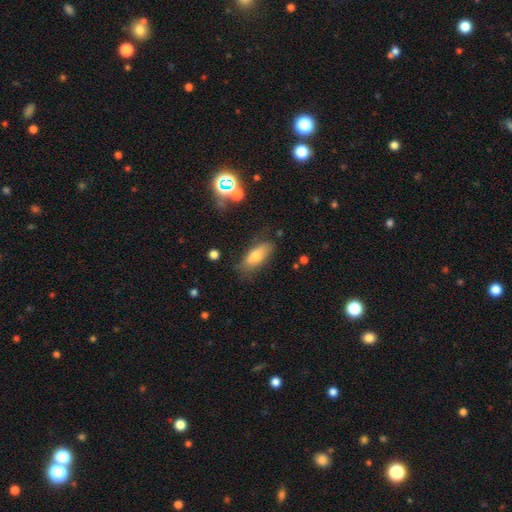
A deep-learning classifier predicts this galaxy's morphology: A smooth galaxy with no disk features (69%) that is in between round and cigar-shaped (73%).

Vote fractions:
- Smooth or featured? smooth: 69% / featured or disk: 21% / star or artifact: 9%
- How rounded? in between: 73% / cigar-shaped: 23% / round: 3%
- Merging? none: 72% / minor disturbance: 19% / major disturbance: 6% / merger: 3%